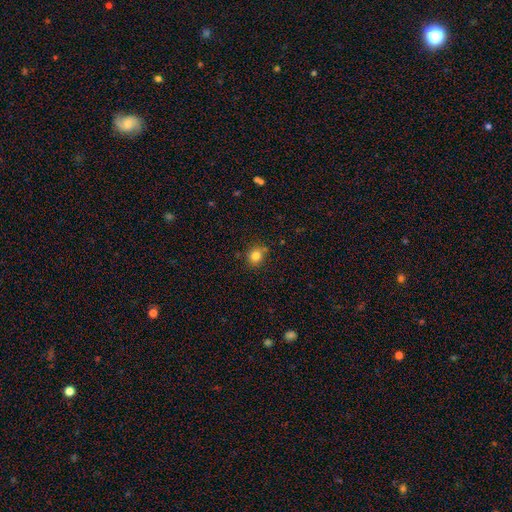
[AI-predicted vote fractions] A smooth galaxy with no disk features (82%) that is round (79%). Merging: none (79%).